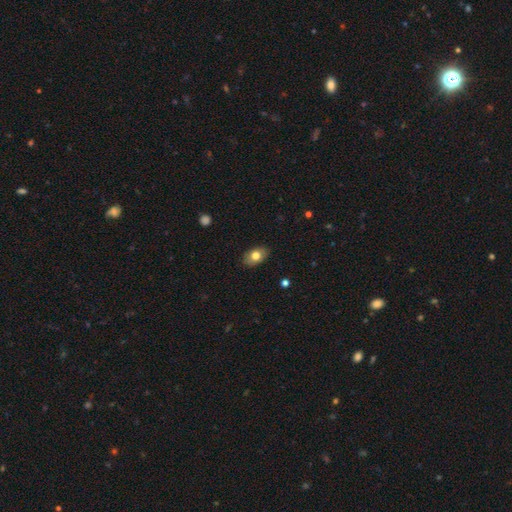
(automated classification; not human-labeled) Smooth or featured? smooth (78%)
How rounded? in between (86%)
Merging? none (86%)